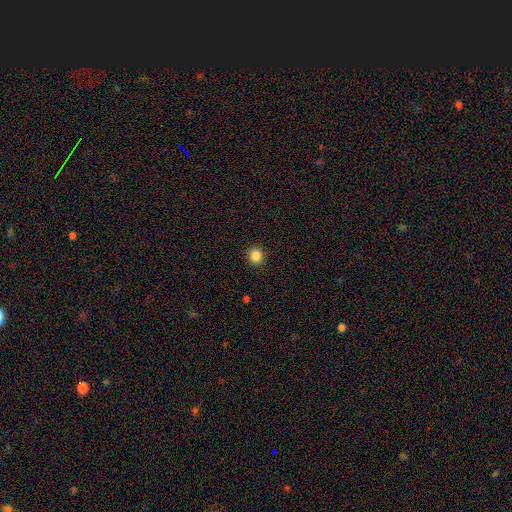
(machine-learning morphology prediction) smooth 85%, star or artifact 11%, featured or disk 4%. Down the decision tree: how rounded — round (85%); merging — none (92%).